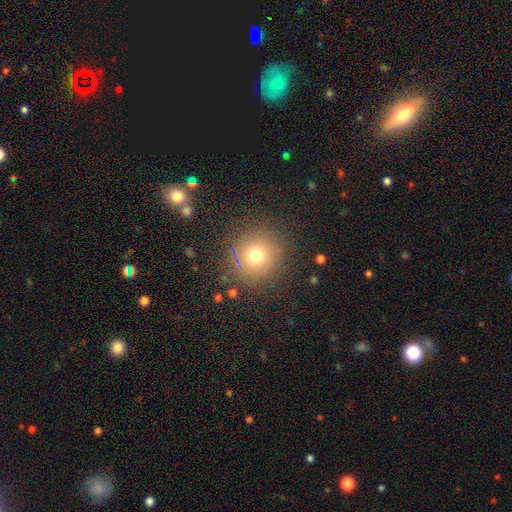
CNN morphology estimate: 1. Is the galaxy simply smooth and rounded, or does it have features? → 72% smooth, 17% star or artifact, 11% featured or disk.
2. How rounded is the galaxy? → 94% round, 5% in between, 1% cigar-shaped.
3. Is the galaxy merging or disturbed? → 87% none, 8% minor disturbance, 4% major disturbance, 2% merger.